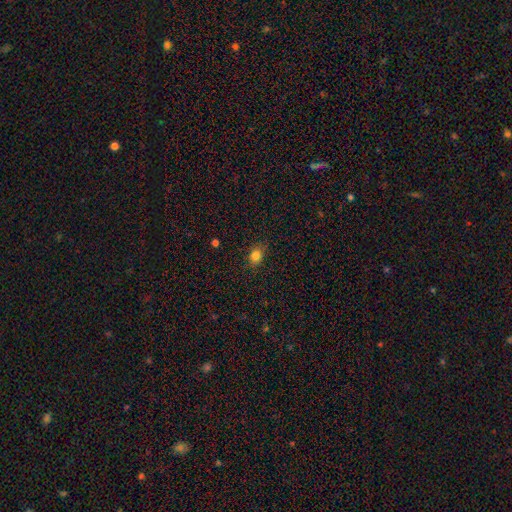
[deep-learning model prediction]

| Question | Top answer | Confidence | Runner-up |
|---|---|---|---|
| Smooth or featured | smooth | 83% | star or artifact (12%) |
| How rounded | in between | 56% | round (43%) |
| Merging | none | 83% | minor disturbance (13%) |